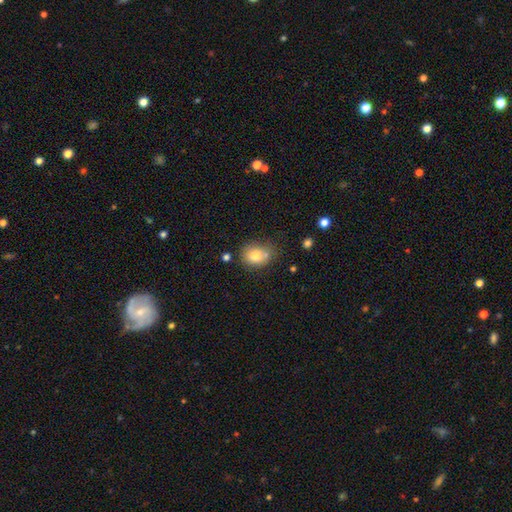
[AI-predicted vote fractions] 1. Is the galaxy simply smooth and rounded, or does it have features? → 78% smooth, 12% featured or disk, 10% star or artifact.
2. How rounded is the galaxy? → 52% round, 47% in between, 1% cigar-shaped.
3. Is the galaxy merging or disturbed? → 55% none, 21% minor disturbance, 18% merger, 6% major disturbance.